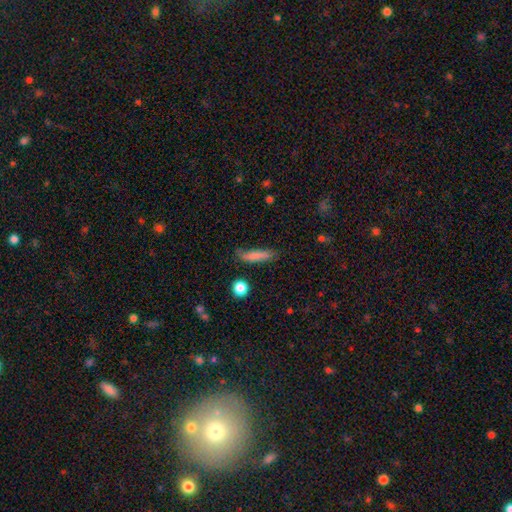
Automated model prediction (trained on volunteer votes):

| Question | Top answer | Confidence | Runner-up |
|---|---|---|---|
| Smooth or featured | smooth | 78% | featured or disk (14%) |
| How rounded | cigar-shaped | 77% | in between (20%) |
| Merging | none | 66% | minor disturbance (24%) |